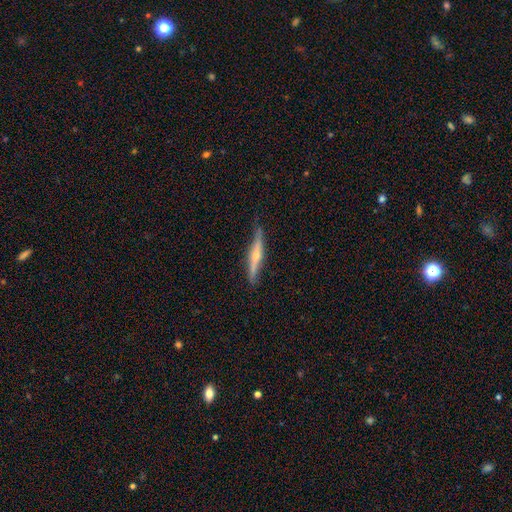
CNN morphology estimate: A featured or disk galaxy (69%) viewed edge-on (93%) with a rounded central bulge (84%).

Vote fractions:
- Smooth or featured? featured or disk: 69% / smooth: 25% / star or artifact: 6%
- Edge-on disk? yes: 93% / no: 7%
- Edge-on bulge? rounded: 84% / none: 12% / boxy: 4%
- Merging? none: 80% / minor disturbance: 17% / major disturbance: 3% / merger: 1%